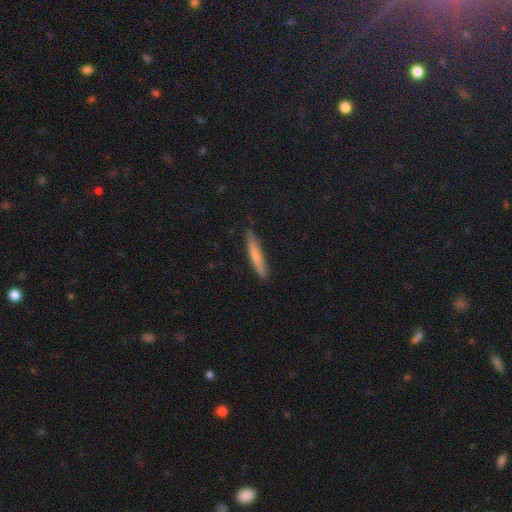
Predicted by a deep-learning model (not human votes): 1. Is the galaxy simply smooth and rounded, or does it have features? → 67% smooth, 27% featured or disk, 6% star or artifact.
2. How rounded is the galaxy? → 93% cigar-shaped, 6% in between, 1% round.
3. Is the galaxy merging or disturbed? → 86% none, 11% minor disturbance, 2% major disturbance, 1% merger.